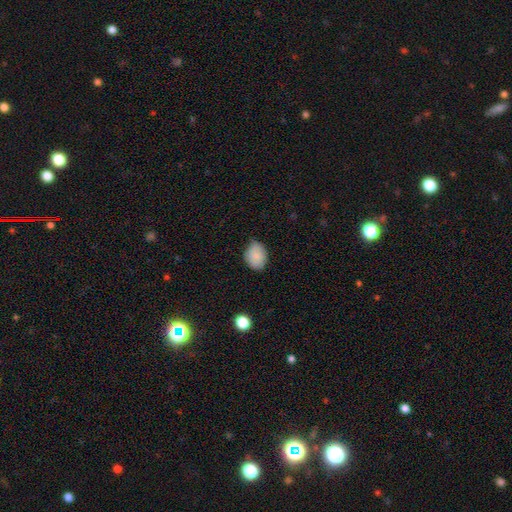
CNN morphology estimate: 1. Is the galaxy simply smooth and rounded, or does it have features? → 86% smooth, 8% star or artifact, 6% featured or disk.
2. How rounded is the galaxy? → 62% in between, 37% round, 1% cigar-shaped.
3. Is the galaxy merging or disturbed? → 66% none, 28% minor disturbance, 4% major disturbance, 1% merger.